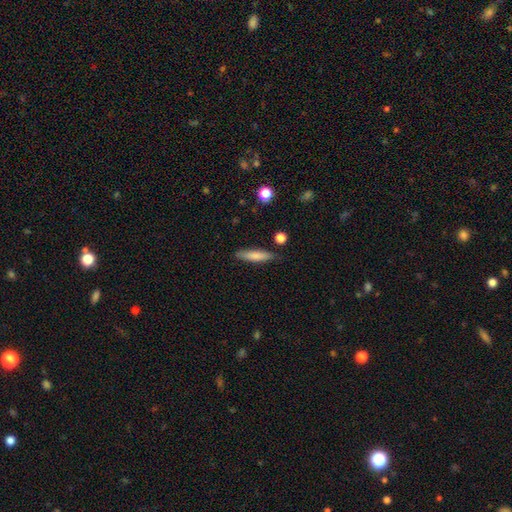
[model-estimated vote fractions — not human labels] This appears to be a smooth galaxy with no disk features (78%) that is cigar-shaped (79%). Merging: none (84%).